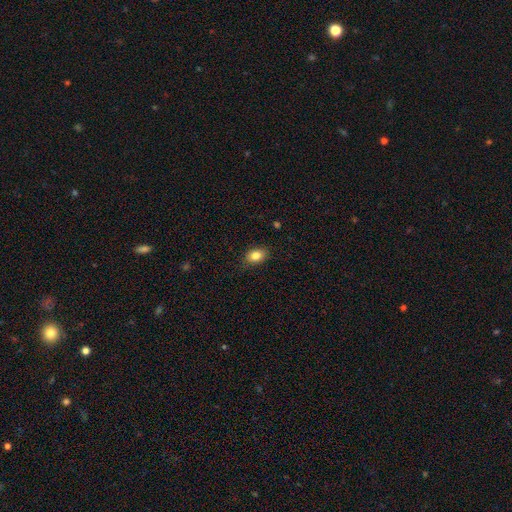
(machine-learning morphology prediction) A smooth galaxy with no disk features (84%) that is in between round and cigar-shaped (79%). Merging: none (83%).